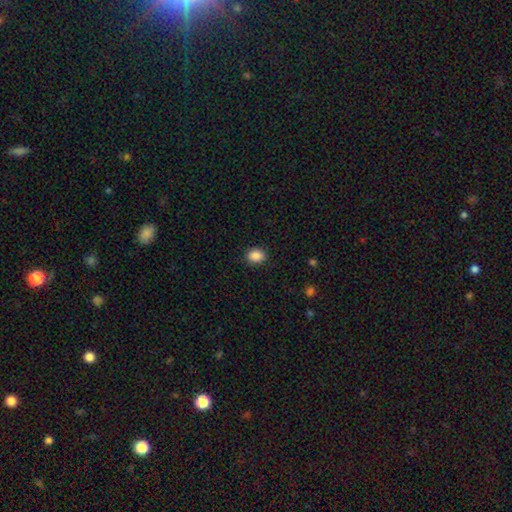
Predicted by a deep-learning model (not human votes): The model was most divided on "how rounded": in between: 55%, round: 44%, cigar-shaped: 1%. More confident: merging — none (89%); smooth or featured — smooth (88%).